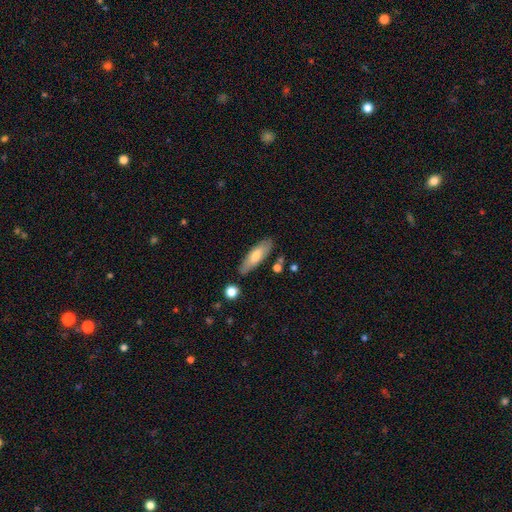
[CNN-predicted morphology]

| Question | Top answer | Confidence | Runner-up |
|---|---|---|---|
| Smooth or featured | smooth | 65% | featured or disk (29%) |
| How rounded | in between | 52% | cigar-shaped (46%) |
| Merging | none | 81% | minor disturbance (13%) |